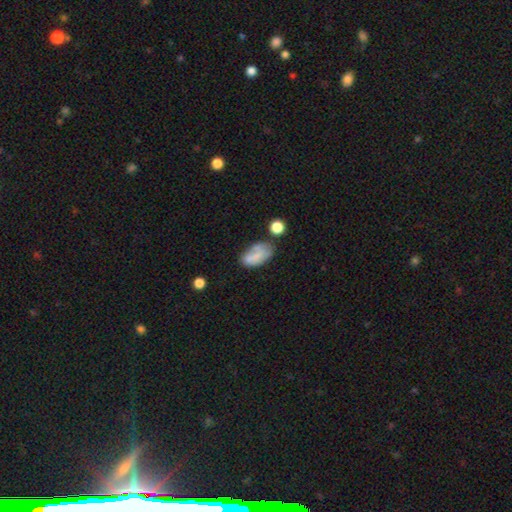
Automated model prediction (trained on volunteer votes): Q: Smooth or featured?
A: smooth (66%); runner-up: featured or disk (25%)
Q: How rounded?
A: in between (92%); runner-up: round (5%)
Q: Merging?
A: none (45%); runner-up: minor disturbance (28%)